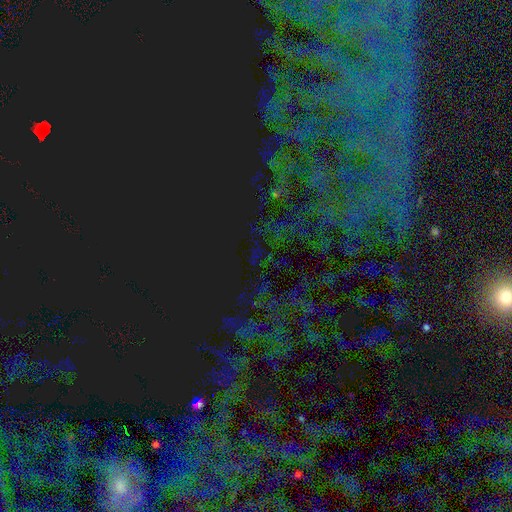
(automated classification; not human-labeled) smooth_or_featured: star or artifact (p=0.84) [alt: smooth p=0.10]